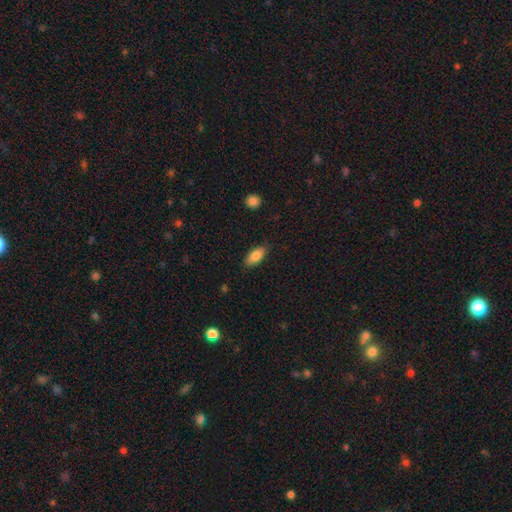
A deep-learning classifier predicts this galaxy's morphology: smooth 83%, featured or disk 10%, star or artifact 7%. Down the decision tree: how rounded — in between (87%); merging — none (82%).